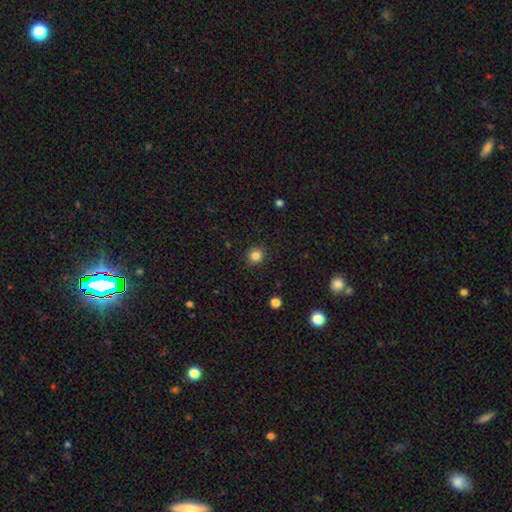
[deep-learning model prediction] Smooth or featured?
  - smooth: 83% *
  - star or artifact: 12%
  - featured or disk: 5%
How rounded?
  - round: 87% *
  - in between: 12%
  - cigar-shaped: 1%
Merging?
  - none: 91% *
  - minor disturbance: 6%
  - major disturbance: 2%
  - merger: 1%